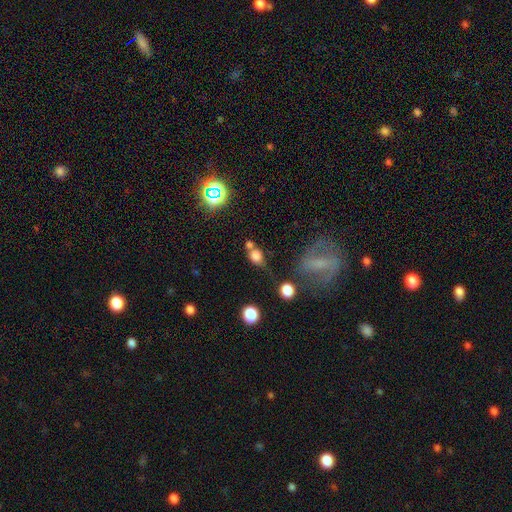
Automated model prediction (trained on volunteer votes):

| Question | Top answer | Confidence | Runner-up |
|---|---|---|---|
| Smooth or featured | smooth | 73% | star or artifact (15%) |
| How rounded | round | 50% | in between (47%) |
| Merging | none | 45% | merger (26%) |